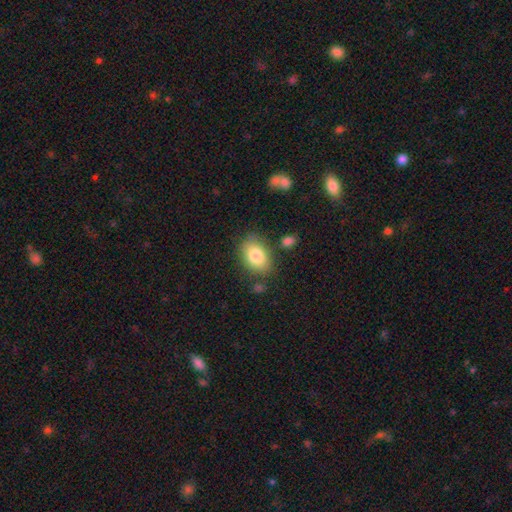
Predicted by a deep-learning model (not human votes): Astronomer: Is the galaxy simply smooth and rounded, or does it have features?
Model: smooth — 82%.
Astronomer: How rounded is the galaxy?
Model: in between — 84%.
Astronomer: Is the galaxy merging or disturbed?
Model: none — 76%.